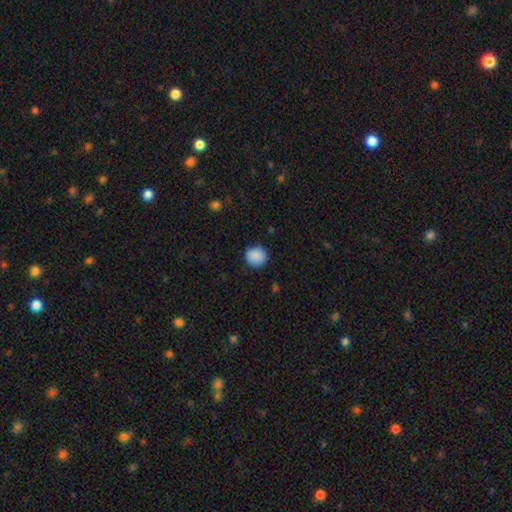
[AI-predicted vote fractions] This appears to be a smooth galaxy with no disk features (89%) that is round (91%). Merging: none (88%).